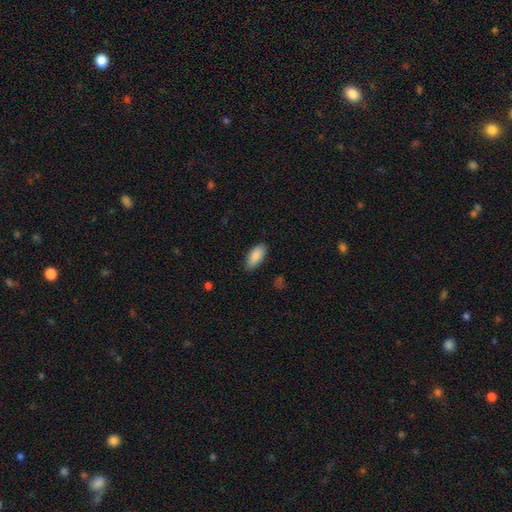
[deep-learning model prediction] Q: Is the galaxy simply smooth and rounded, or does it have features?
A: smooth — 89%.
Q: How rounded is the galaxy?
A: in between — 89%.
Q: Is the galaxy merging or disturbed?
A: none — 85%.